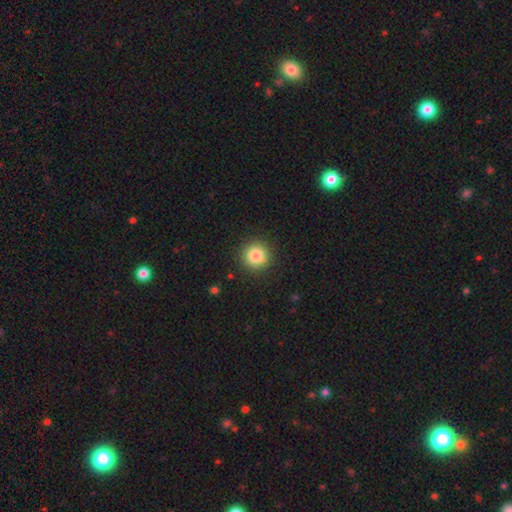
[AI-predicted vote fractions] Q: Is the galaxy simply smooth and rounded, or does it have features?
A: smooth — 84%.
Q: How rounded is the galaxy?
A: round — 94%.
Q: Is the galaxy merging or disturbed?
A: none — 91%.